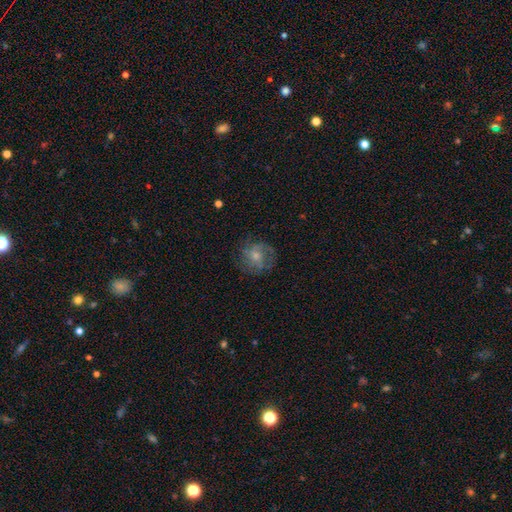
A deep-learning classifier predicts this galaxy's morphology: This is possibly a featured or disk galaxy (46%). Merging: likely none (69%).